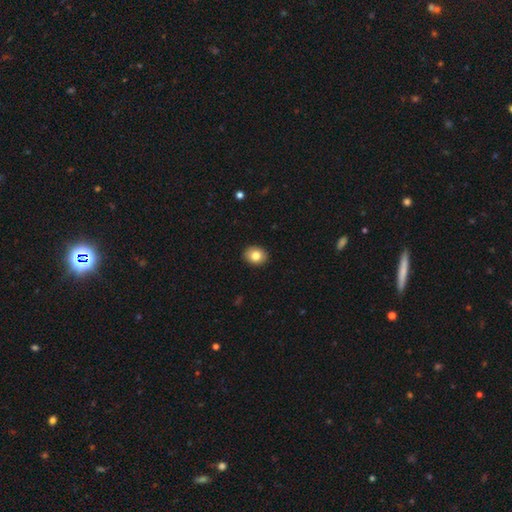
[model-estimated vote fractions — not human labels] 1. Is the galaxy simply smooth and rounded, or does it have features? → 82% smooth, 9% featured or disk, 9% star or artifact.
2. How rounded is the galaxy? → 53% round, 46% in between, 1% cigar-shaped.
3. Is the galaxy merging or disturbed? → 91% none, 7% minor disturbance, 2% major disturbance, 1% merger.